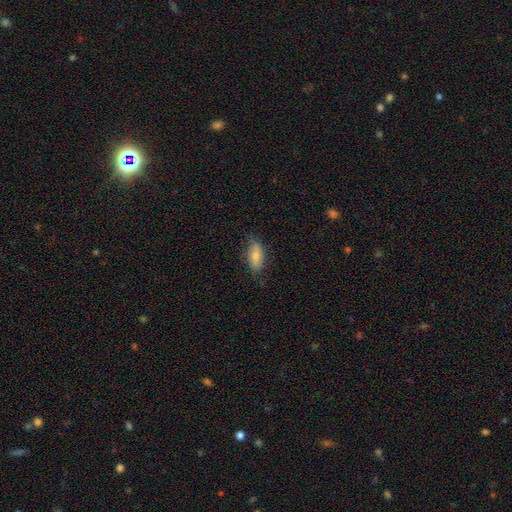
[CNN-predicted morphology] Smooth or featured?
  - smooth: 72% *
  - featured or disk: 21%
  - star or artifact: 7%
How rounded?
  - in between: 90% *
  - cigar-shaped: 6%
  - round: 4%
Merging?
  - none: 70% *
  - minor disturbance: 24%
  - major disturbance: 6%
  - merger: 1%